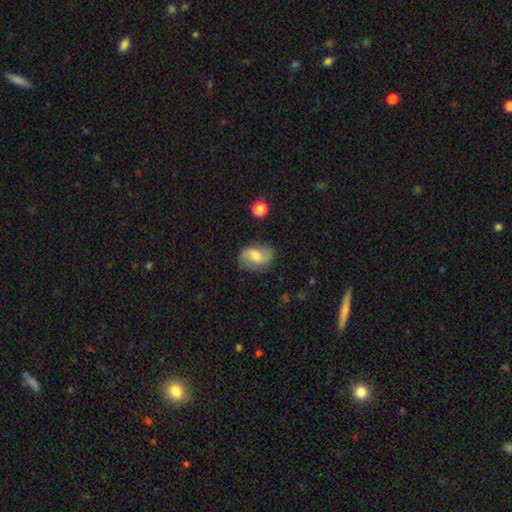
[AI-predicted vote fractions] A featured or disk galaxy (46%, tied with smooth). Merging: none (73%).